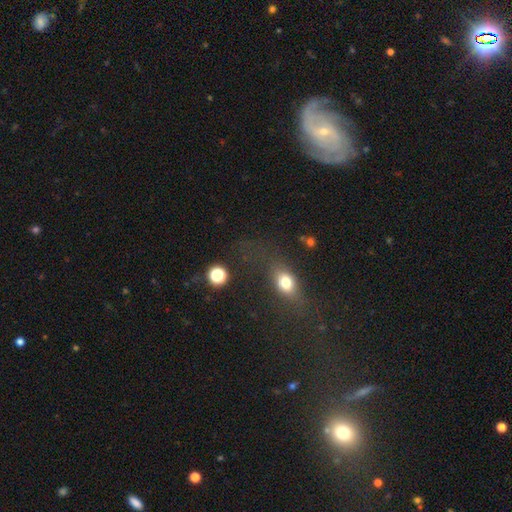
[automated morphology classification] A featured or disk galaxy (41%). Merging: none (58%).